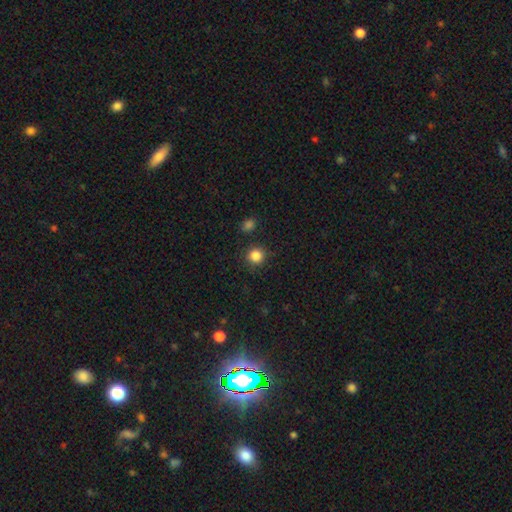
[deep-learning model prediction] smooth_or_featured: smooth (p=0.84) [alt: star or artifact p=0.12]
how_rounded: round (p=0.93) [alt: in between p=0.06]
merging: none (p=0.88) [alt: minor disturbance p=0.07]